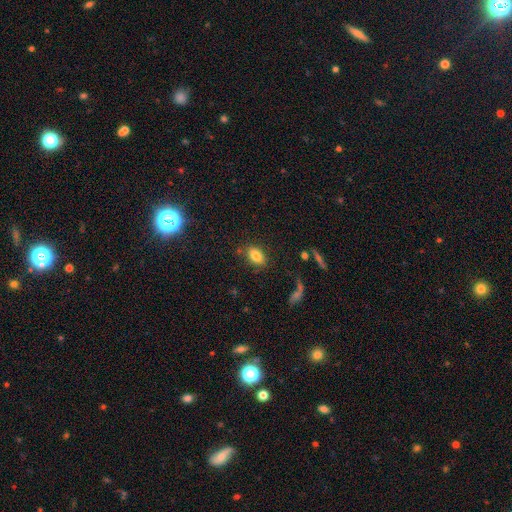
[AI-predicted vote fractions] This appears to be a smooth galaxy with no disk features (81%) that is in between round and cigar-shaped (86%). Merging: none (81%).